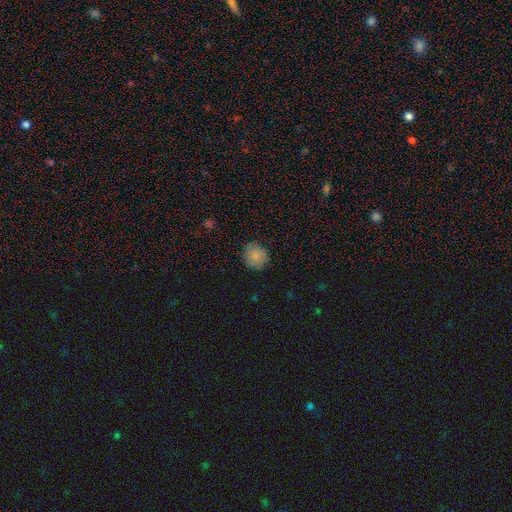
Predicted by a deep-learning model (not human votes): This appears to be a smooth galaxy with no disk features (83%) that is round (87%). Merging: none (83%).